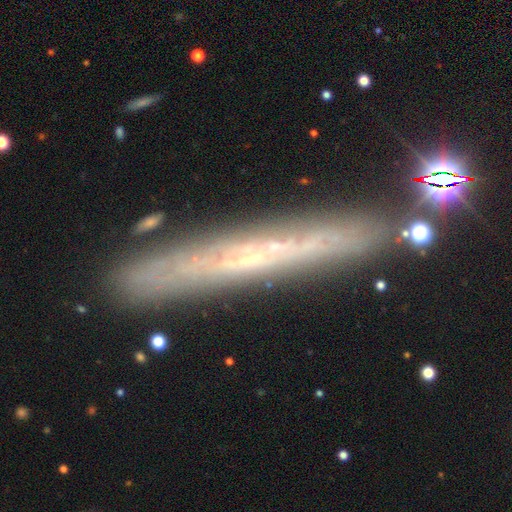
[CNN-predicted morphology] A featured or disk galaxy (66%) viewed edge-on (88%) with no central bulge (70%). Merging: none (86%).